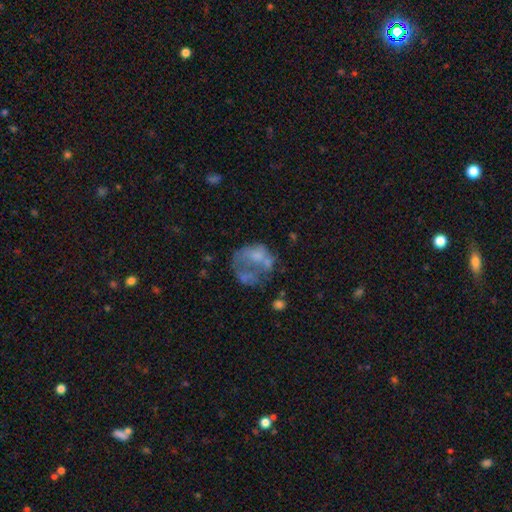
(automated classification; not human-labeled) Smooth or featured?
  - featured or disk: 49% *
  - smooth: 37%
  - star or artifact: 14%
Merging?
  - major disturbance: 33% *
  - none: 29%
  - merger: 21%
  - minor disturbance: 16%